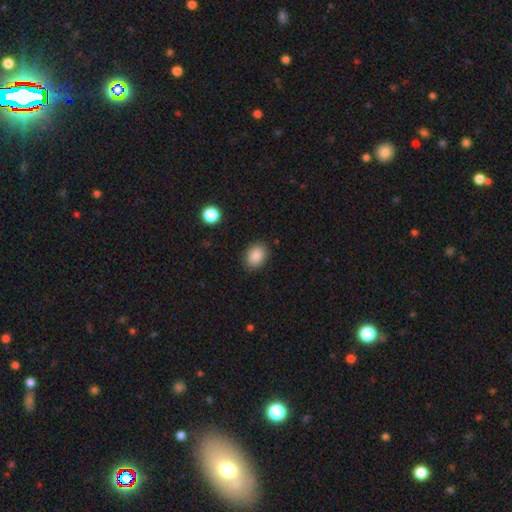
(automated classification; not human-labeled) Smooth or featured? smooth (87%)
How rounded? in between (69%)
Merging? none (87%)